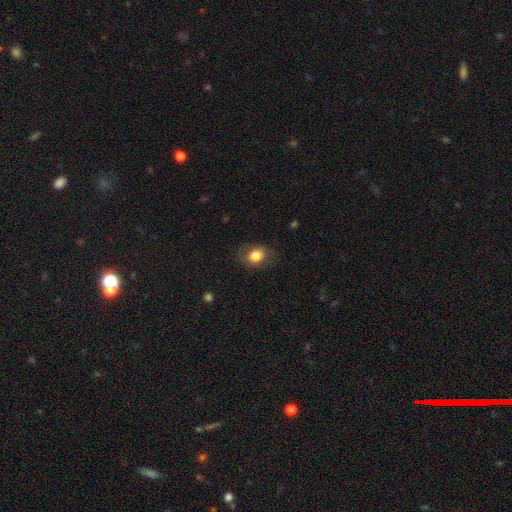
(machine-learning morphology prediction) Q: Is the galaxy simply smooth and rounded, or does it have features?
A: smooth — 77%.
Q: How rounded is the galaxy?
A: in between — 60%.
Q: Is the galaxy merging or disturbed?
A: none — 78%.